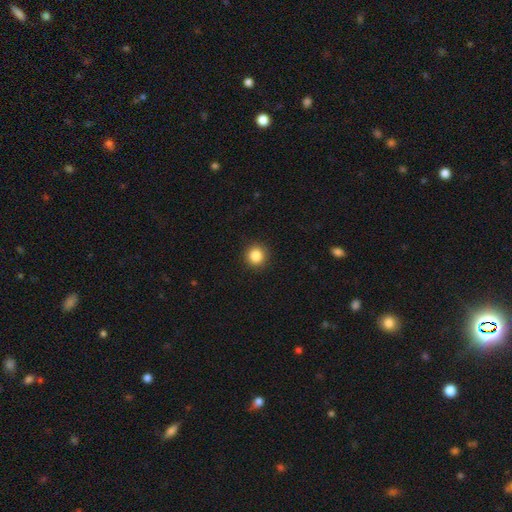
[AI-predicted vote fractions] smooth-or-featured: smooth: 86% | star or artifact: 10% | featured or disk: 4%
  how-rounded: round: 94% | in between: 5% | cigar-shaped: 1%
  merging: none: 92% | minor disturbance: 5% | major disturbance: 2% | merger: 1%